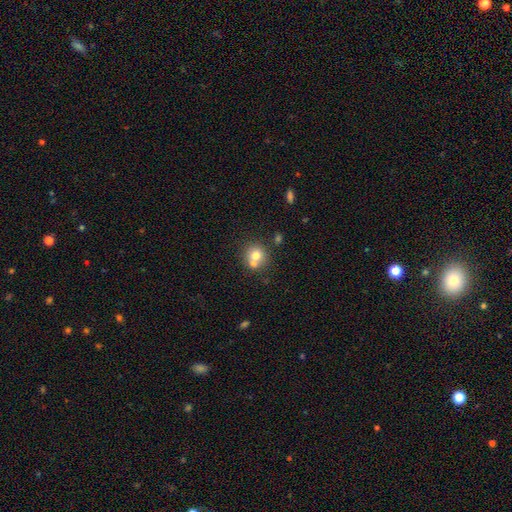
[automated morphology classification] Smooth or featured: smooth — 72% (featured or disk — 16%)
How rounded: round — 87% (in between — 12%)
Merging: none — 53% (merger — 36%)